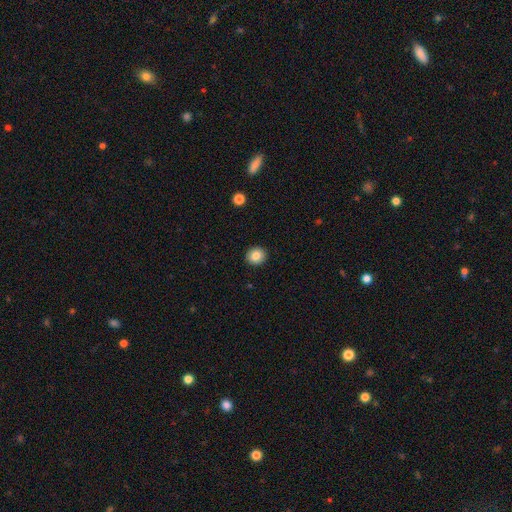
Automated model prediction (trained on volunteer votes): Smooth or featured? smooth (84%)
How rounded? round (84%)
Merging? none (92%)